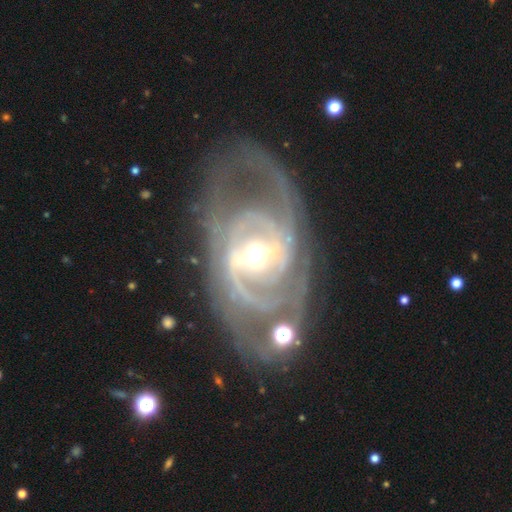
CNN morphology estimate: Smooth or featured?
  - featured or disk: 90% *
  - smooth: 6%
  - star or artifact: 5%
Edge-on disk?
  - no: 96% *
  - yes: 4%
Bar?
  - strong: 47% *
  - weak: 34%
  - no: 19%
Spiral arms?
  - yes: 92% *
  - no: 8%
Spiral winding?
  - tight: 44% *
  - medium: 41%
  - loose: 16%
Spiral arm count?
  - 2: 57% *
  - can't tell: 16%
  - 3: 12%
  - 1: 6%
  - 4: 5%
  - more than 4: 5%
Bulge size?
  - moderate: 59% *
  - small: 33%
  - large: 5%
  - none: 1%
  - dominant: 1%
Merging?
  - none: 55% *
  - major disturbance: 19%
  - minor disturbance: 18%
  - merger: 8%